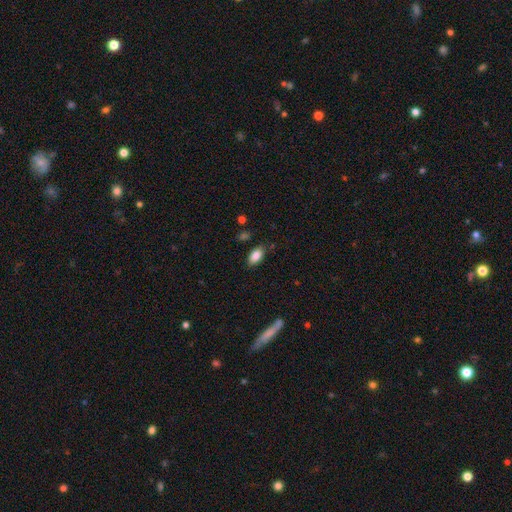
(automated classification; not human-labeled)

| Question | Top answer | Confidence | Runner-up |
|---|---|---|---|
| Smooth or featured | smooth | 86% | star or artifact (8%) |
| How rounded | in between | 92% | round (4%) |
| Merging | none | 83% | minor disturbance (12%) |